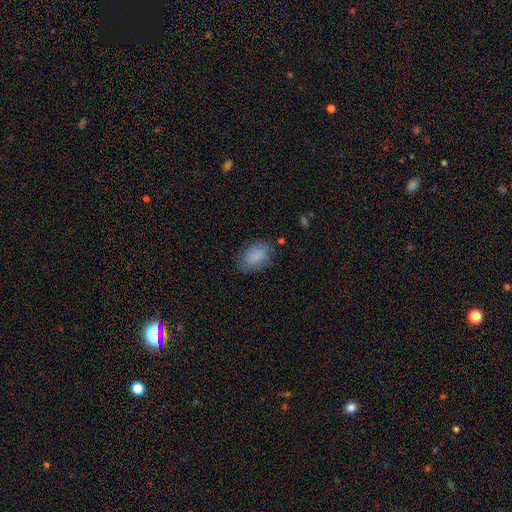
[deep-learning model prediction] Smooth or featured?
  - smooth: 85% *
  - star or artifact: 8%
  - featured or disk: 7%
How rounded?
  - in between: 86% *
  - round: 12%
  - cigar-shaped: 1%
Merging?
  - none: 71% *
  - minor disturbance: 21%
  - major disturbance: 6%
  - merger: 2%